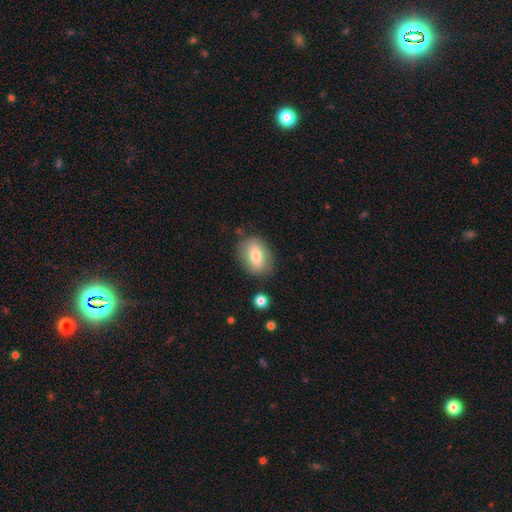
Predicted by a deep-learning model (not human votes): This appears to be a smooth galaxy with no disk features (70%) that is in between round and cigar-shaped (77%). Merging: none (78%).